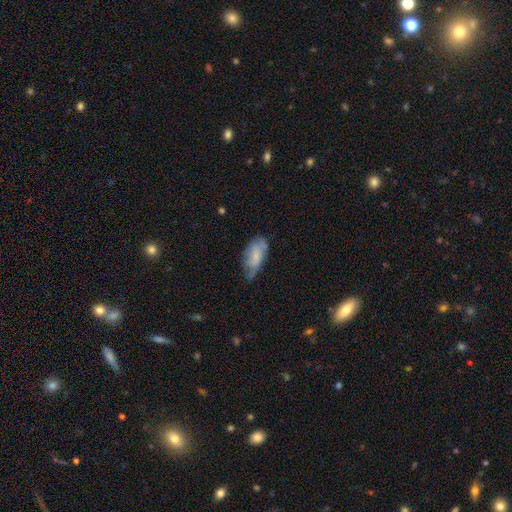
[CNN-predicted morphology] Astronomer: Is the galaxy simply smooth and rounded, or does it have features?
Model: smooth — 65%.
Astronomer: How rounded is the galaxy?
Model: in between — 88%.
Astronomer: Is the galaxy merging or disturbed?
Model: none — 49% (runner-up: minor disturbance, 38%).